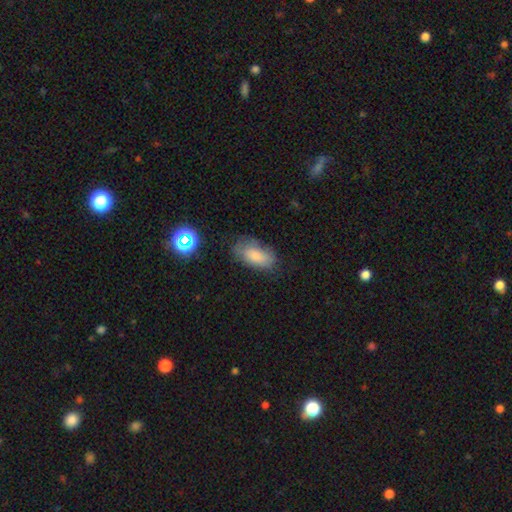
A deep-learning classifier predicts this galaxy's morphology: This appears to be a smooth galaxy with no disk features (78%) that is in between round and cigar-shaped (92%). Merging: none (62%).